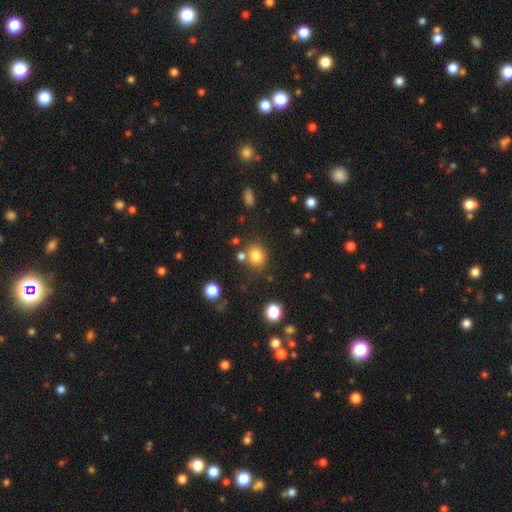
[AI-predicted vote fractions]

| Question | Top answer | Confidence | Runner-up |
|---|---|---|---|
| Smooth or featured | smooth | 80% | star or artifact (13%) |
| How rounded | round | 67% | in between (32%) |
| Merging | none | 72% | merger (12%) |